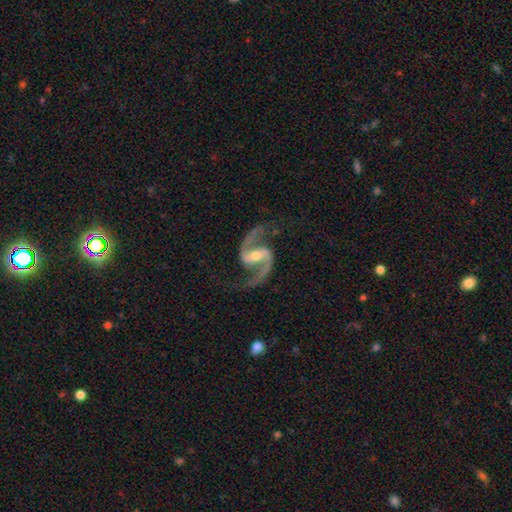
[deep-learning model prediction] A featured or disk galaxy (94%) with a strong bar (45%), 2 (95%) medium (55%) spiral arms (99%) and a moderate central bulge (53%).

Vote fractions:
- Smooth or featured? featured or disk: 94% / star or artifact: 4% / smooth: 2%
- Edge-on disk? no: 98% / yes: 2%
- Bar? strong: 45% / weak: 39% / no: 16%
- Spiral arms? yes: 99% / no: 1%
- Spiral winding? medium: 55% / loose: 36% / tight: 9%
- Spiral arm count? 2: 95% / 1: 1% / can't tell: 1% / 3: 1% / 4: 1% / more than 4: 1%
- Bulge size? moderate: 53% / small: 41% / large: 3% / none: 2% / dominant: 1%
- Merging? none: 80% / minor disturbance: 12% / major disturbance: 6% / merger: 2%